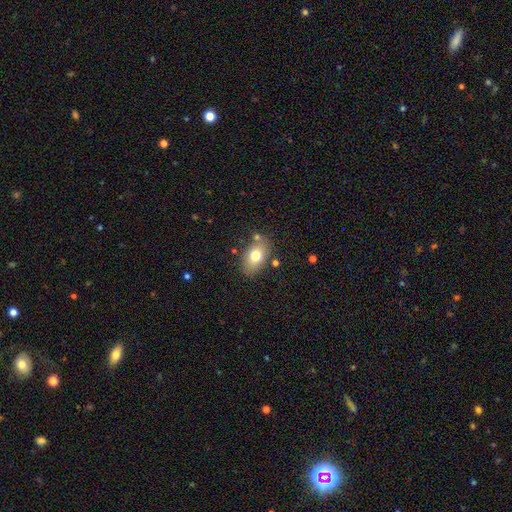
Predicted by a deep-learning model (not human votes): Q: Smooth or featured?
A: smooth (74%); runner-up: featured or disk (17%)
Q: How rounded?
A: in between (84%); runner-up: round (14%)
Q: Merging?
A: none (76%); runner-up: minor disturbance (14%)